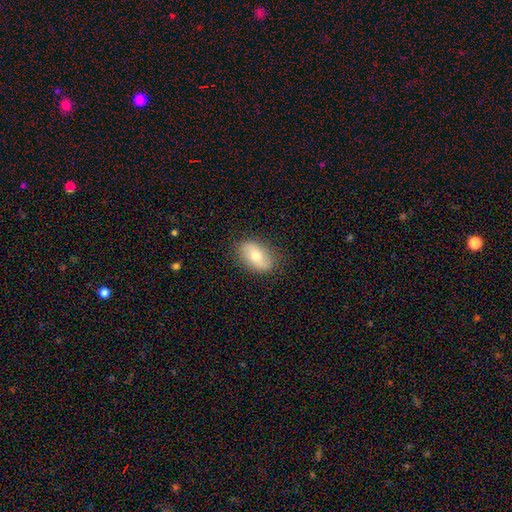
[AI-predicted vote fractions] A smooth galaxy with no disk features (62%) that is in between round and cigar-shaped (89%).

Vote fractions:
- Smooth or featured? smooth: 62% / featured or disk: 31% / star or artifact: 7%
- How rounded? in between: 89% / round: 9% / cigar-shaped: 3%
- Merging? none: 83% / minor disturbance: 13% / major disturbance: 3% / merger: 1%